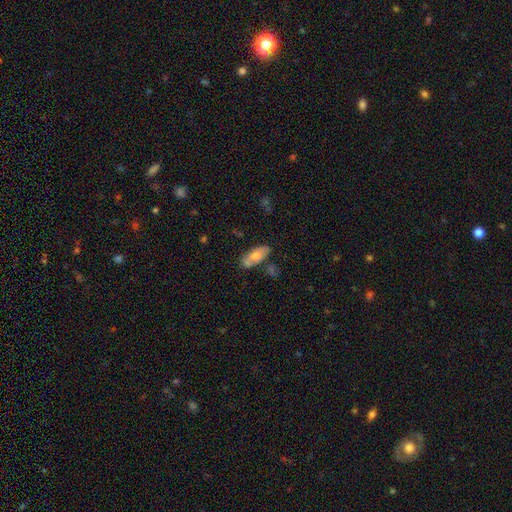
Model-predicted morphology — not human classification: Q: Smooth or featured?
A: smooth (62%); runner-up: featured or disk (31%)
Q: How rounded?
A: in between (80%); runner-up: cigar-shaped (17%)
Q: Merging?
A: none (57%); runner-up: merger (20%)